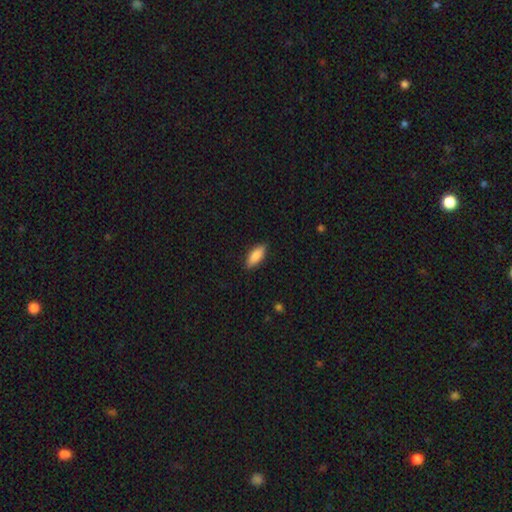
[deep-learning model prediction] Morphology: type=smooth (84%); roundness=in between (75%); merging=none (87%).